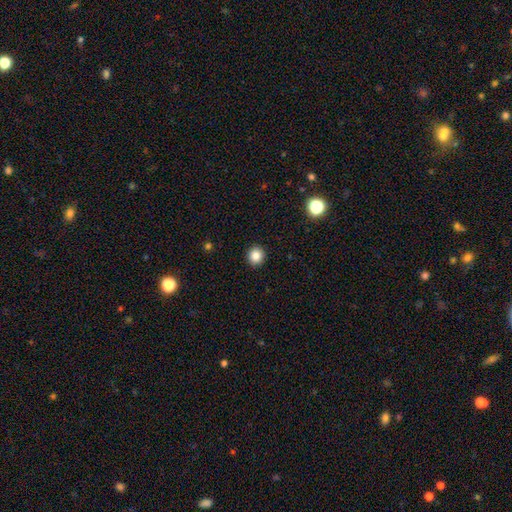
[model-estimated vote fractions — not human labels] Smooth or featured?
  - smooth: 85% *
  - star or artifact: 11%
  - featured or disk: 4%
How rounded?
  - round: 89% *
  - in between: 10%
  - cigar-shaped: 1%
Merging?
  - none: 92% *
  - minor disturbance: 5%
  - major disturbance: 2%
  - merger: 1%